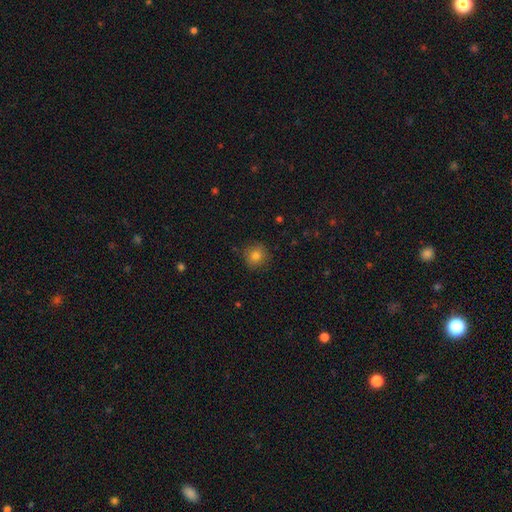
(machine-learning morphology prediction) Smooth or featured? Predicted: smooth (p=0.81). How rounded? Predicted: round (p=0.91). Merging? Predicted: none (p=0.87).